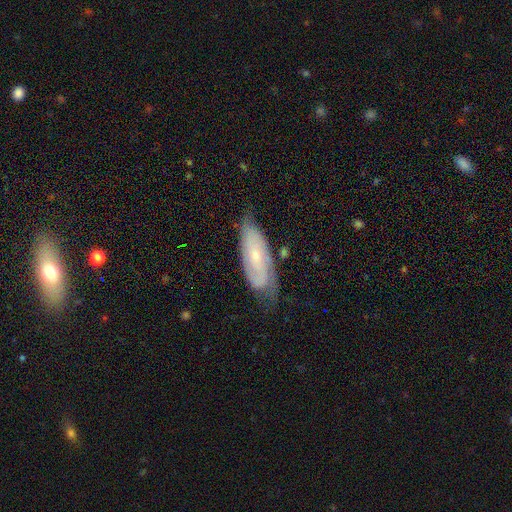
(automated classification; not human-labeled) Morphology: type=featured or disk (71%); edge-on=no (88%); bar=no (59%); spiral arms=yes (91%); winding=tight (55%); arm count=2 (55%); bulge=small (69%); merging=none (64%).